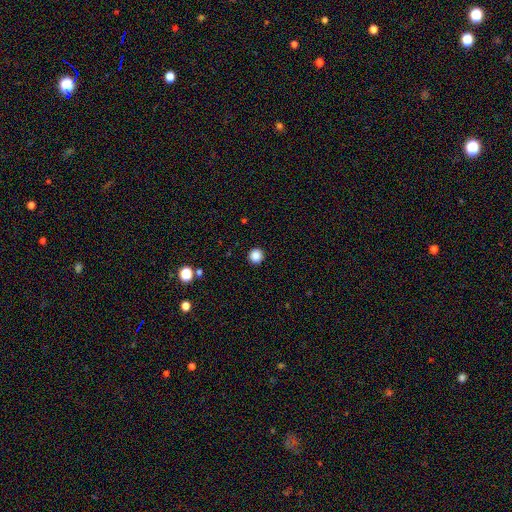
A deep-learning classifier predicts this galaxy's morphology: A smooth galaxy with no disk features (86%) that is round (96%). Merging: none (93%).